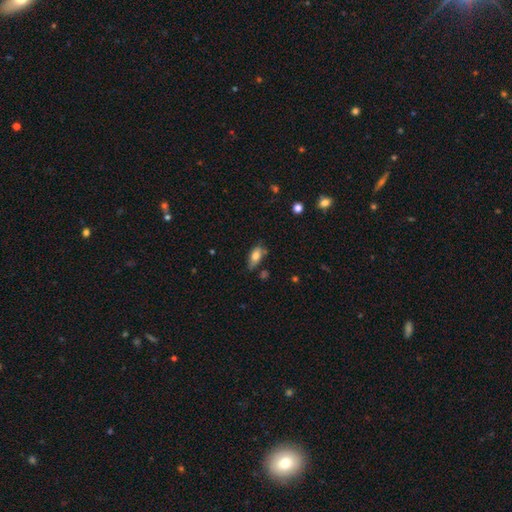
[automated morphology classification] The model was most divided on "merging": none: 54%, minor disturbance: 32%, major disturbance: 8%, merger: 6%. More confident: how rounded — in between (84%); smooth or featured — smooth (74%).